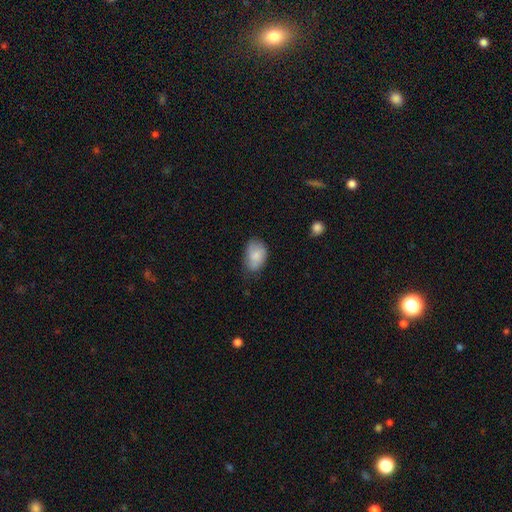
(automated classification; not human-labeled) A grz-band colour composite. It shows a smooth galaxy with no disk features (83%) that is in between round and cigar-shaped (86%). Merging: none (60%).